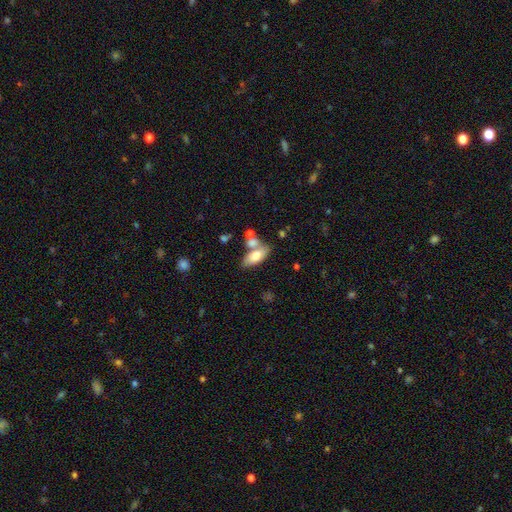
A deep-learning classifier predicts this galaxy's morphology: A smooth galaxy with no disk features (70%) that is in between round and cigar-shaped (84%). Merging: none (51%).